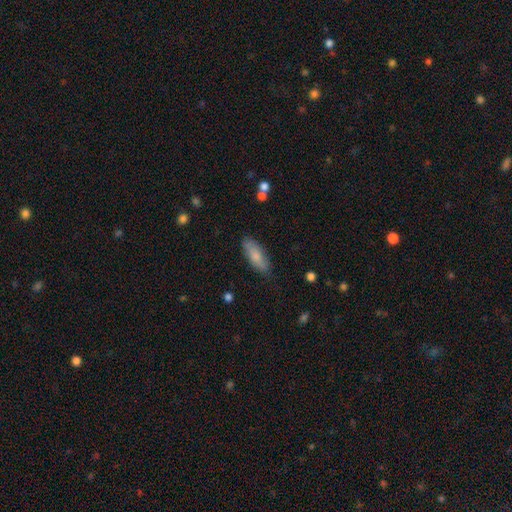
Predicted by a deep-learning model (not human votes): smooth_or_featured: smooth (p=0.79) [alt: featured or disk p=0.15]
how_rounded: in between (p=0.68) [alt: cigar-shaped p=0.30]
merging: none (p=0.82) [alt: minor disturbance p=0.14]